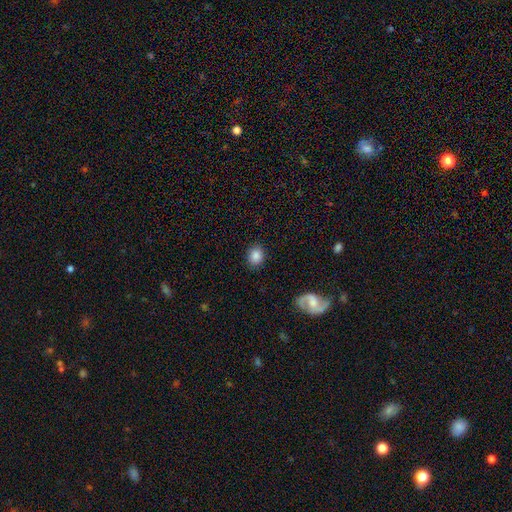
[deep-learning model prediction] Overall: smooth (85%). How rounded: round (53%; in between 46%). Merging: none (88%).